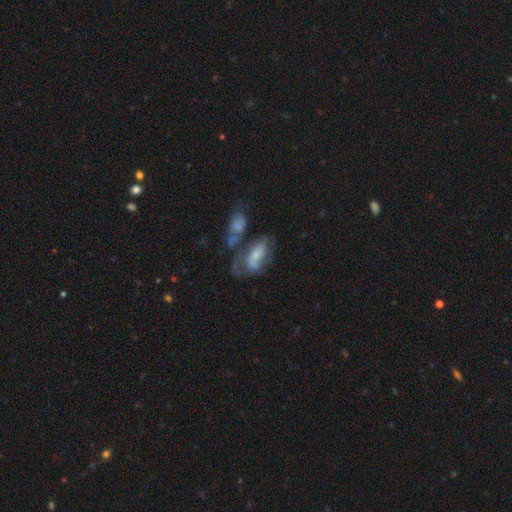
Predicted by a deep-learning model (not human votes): Smooth or featured? Predicted: featured or disk (p=0.48). Merging? Predicted: merger (p=0.33).